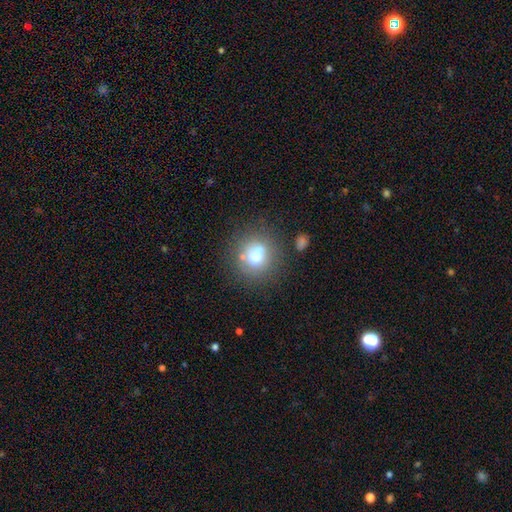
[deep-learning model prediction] A smooth galaxy with no disk features (70%) that is round (84%). Merging: none (62%).